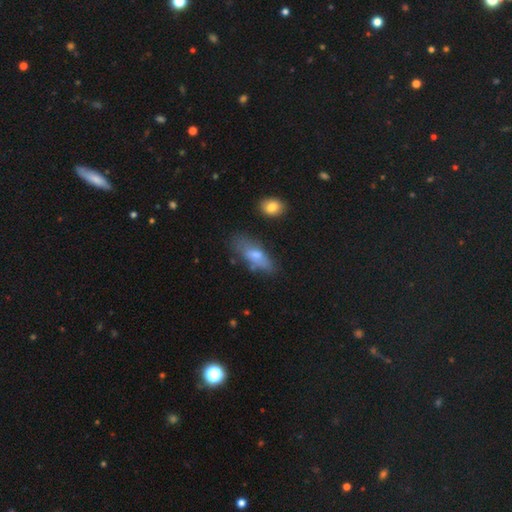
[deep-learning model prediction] This is likely a smooth galaxy (68%). How rounded: likely in between (71%). Merging: possibly none (58%).